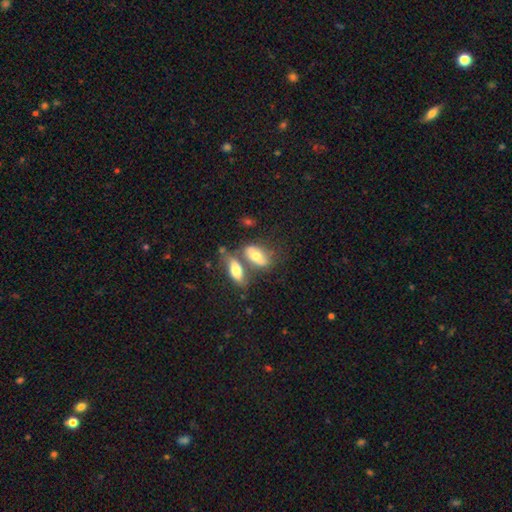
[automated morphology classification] Smooth or featured? Predicted: smooth (p=0.64). How rounded? Predicted: in between (p=0.86). Merging? Predicted: merger (p=0.42).